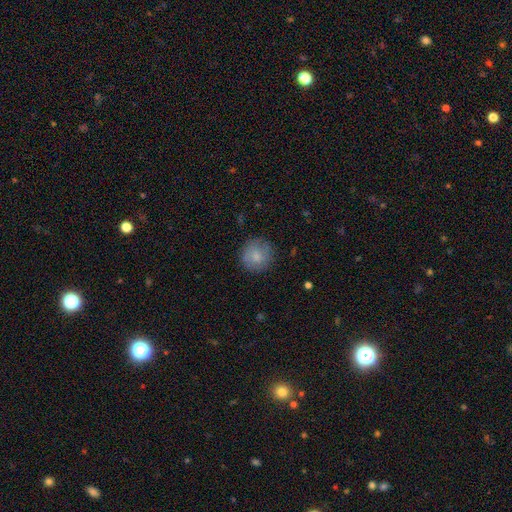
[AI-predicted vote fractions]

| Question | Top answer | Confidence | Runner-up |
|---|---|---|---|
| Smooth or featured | smooth | 77% | featured or disk (16%) |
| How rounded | round | 92% | in between (7%) |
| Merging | none | 83% | minor disturbance (13%) |